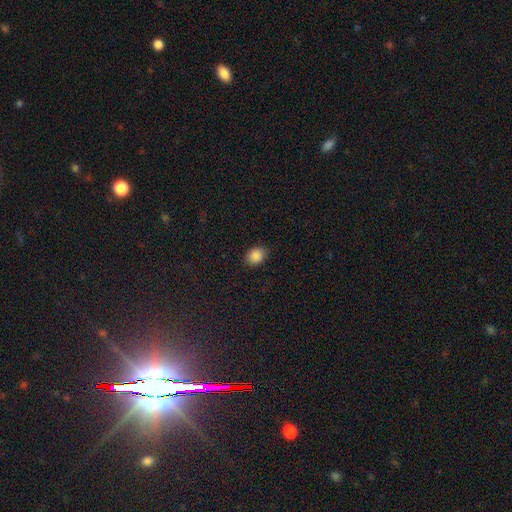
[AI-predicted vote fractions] Morphology: type=smooth (87%); roundness=in between (59%); merging=none (88%).